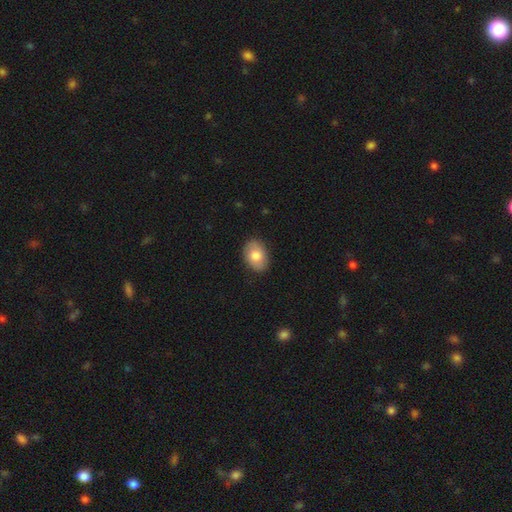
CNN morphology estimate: Smooth or featured: smooth — 78% (featured or disk — 16%)
How rounded: in between — 77% (round — 22%)
Merging: none — 87% (minor disturbance — 10%)